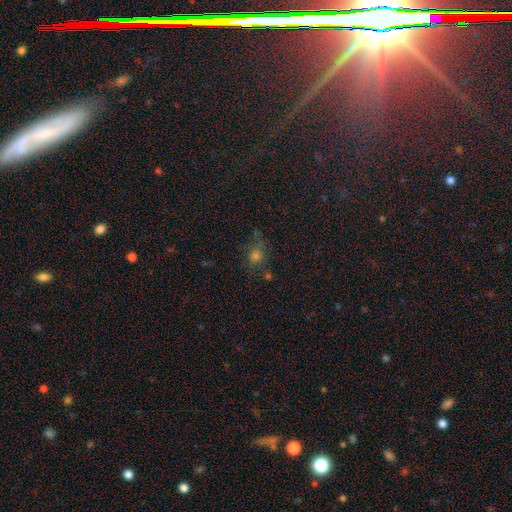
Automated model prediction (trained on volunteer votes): The model was most divided on "smooth or featured": smooth: 57%, star or artifact: 30%, featured or disk: 13%. More confident: how rounded — round (64%); merging — none (63%).